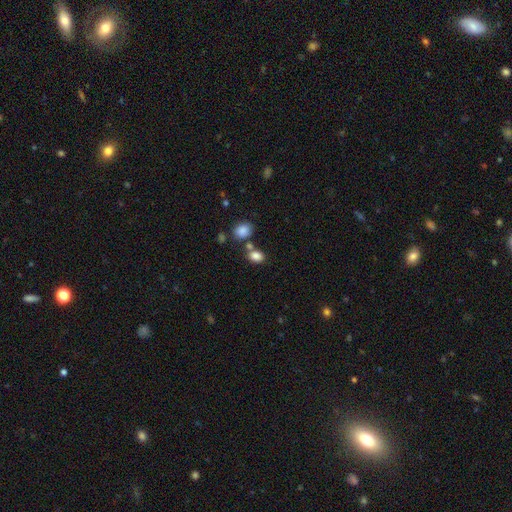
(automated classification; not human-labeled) Smooth or featured? Predicted: smooth (p=0.84). How rounded? Predicted: in between (p=0.73). Merging? Predicted: none (p=0.58).